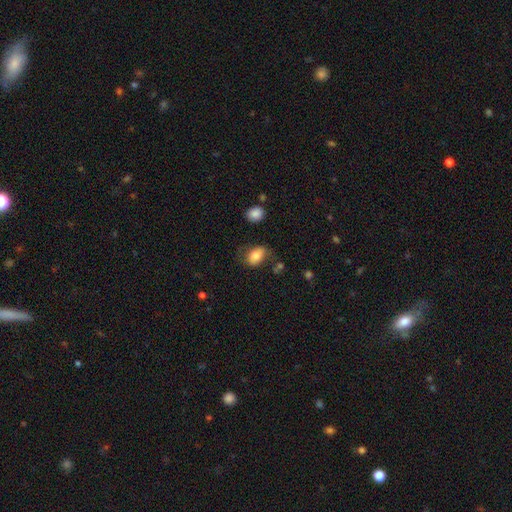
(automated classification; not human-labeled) smooth 78%, featured or disk 14%, star or artifact 8%. Down the decision tree: how rounded — in between (78%); merging — none (57%).